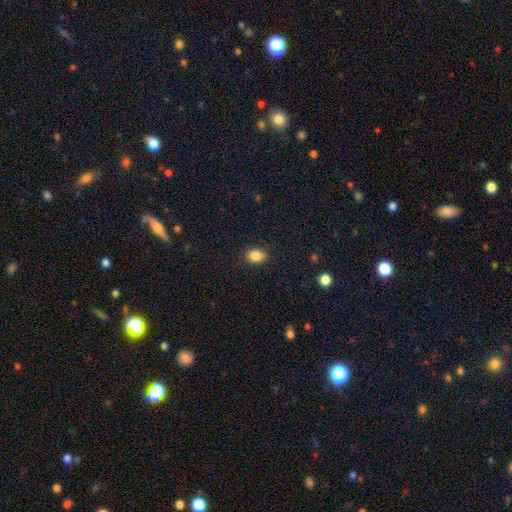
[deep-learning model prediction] Smooth or featured? smooth (86%)
How rounded? in between (73%)
Merging? none (89%)